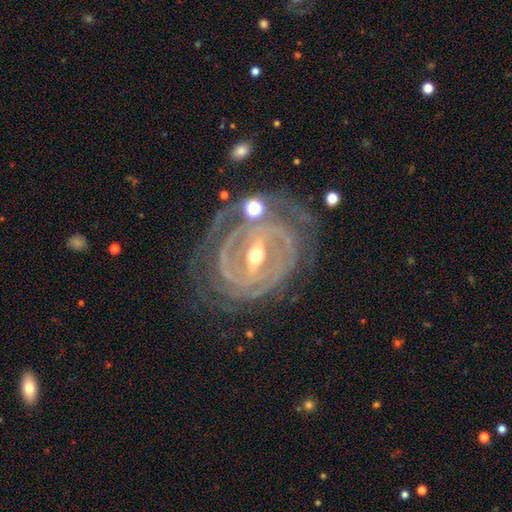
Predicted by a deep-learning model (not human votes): A featured or disk galaxy (92%) with a strong bar (61%), 3 (25%) tight (78%) spiral arms (96%) and a moderate central bulge (62%). Merging: none (68%).